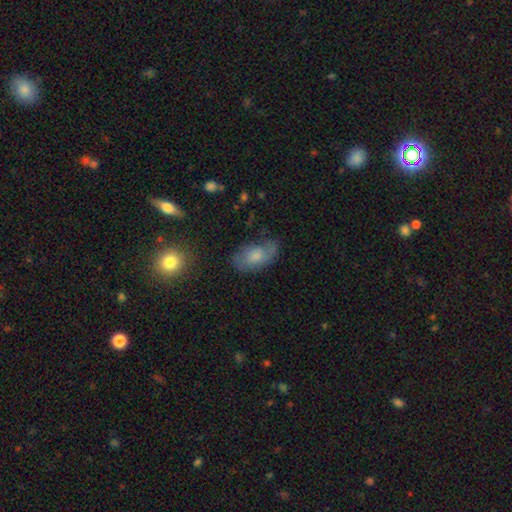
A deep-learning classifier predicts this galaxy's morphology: This is possibly a smooth galaxy (59%). How rounded: clearly in between (91%). Merging: possibly none (56%).